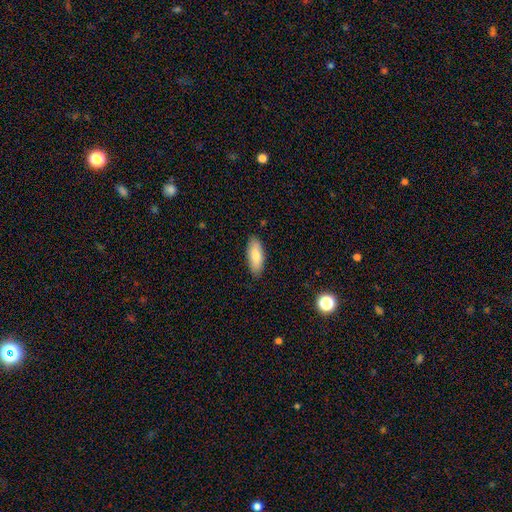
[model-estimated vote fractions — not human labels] Smooth or featured?
  - smooth: 79% *
  - featured or disk: 15%
  - star or artifact: 6%
How rounded?
  - in between: 78% *
  - cigar-shaped: 20%
  - round: 2%
Merging?
  - none: 85% *
  - minor disturbance: 11%
  - major disturbance: 2%
  - merger: 1%